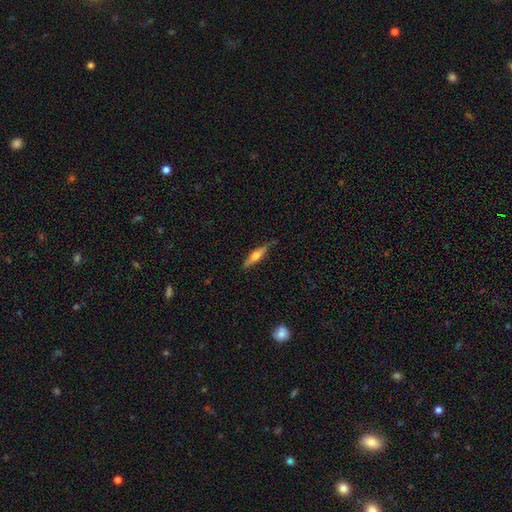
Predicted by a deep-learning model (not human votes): Morphology: type=featured or disk (50%); edge-on=yes (94%); merging=none (82%).